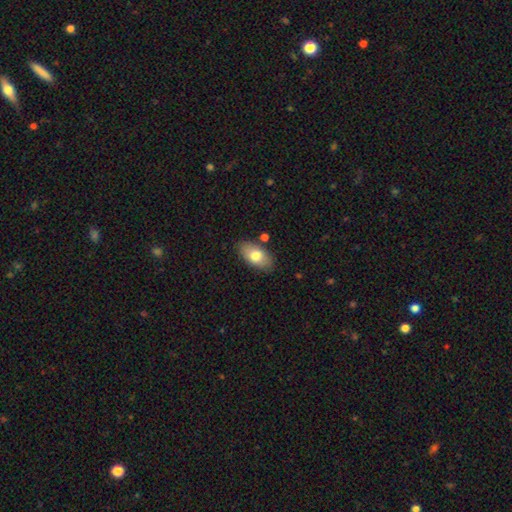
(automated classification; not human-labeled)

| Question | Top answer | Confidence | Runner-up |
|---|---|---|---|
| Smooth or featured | smooth | 76% | featured or disk (18%) |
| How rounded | in between | 92% | round (5%) |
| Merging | none | 82% | minor disturbance (11%) |